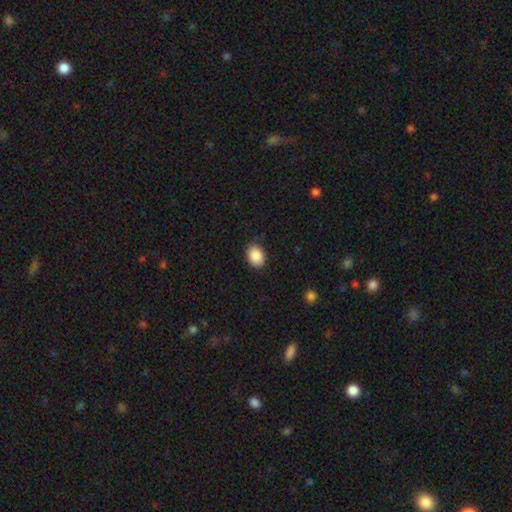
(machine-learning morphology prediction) smooth-or-featured: smooth: 89% | star or artifact: 8% | featured or disk: 3%
  how-rounded: in between: 70% | round: 29% | cigar-shaped: 1%
  merging: none: 85% | minor disturbance: 11% | major disturbance: 2% | merger: 1%